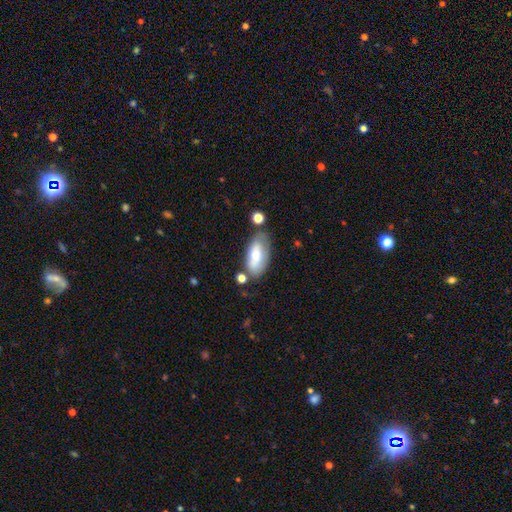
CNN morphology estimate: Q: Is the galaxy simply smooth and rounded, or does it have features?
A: smooth — 64%.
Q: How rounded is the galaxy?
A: in between — 88%.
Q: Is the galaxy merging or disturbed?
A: none — 61%.